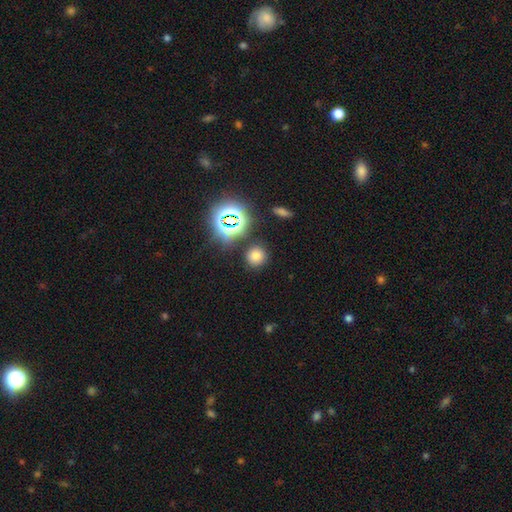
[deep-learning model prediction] smooth_or_featured: smooth (p=0.67) [alt: star or artifact p=0.24]
how_rounded: round (p=0.89) [alt: in between p=0.10]
merging: none (p=0.86) [alt: minor disturbance p=0.08]